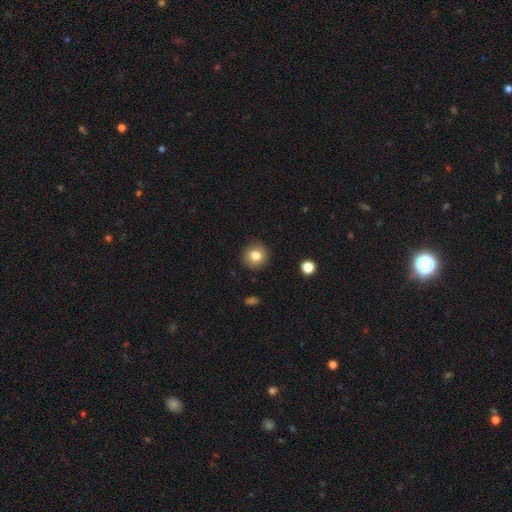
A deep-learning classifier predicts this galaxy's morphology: Smooth or featured: smooth — 81% (star or artifact — 10%)
How rounded: round — 93% (in between — 7%)
Merging: none — 91% (minor disturbance — 6%)